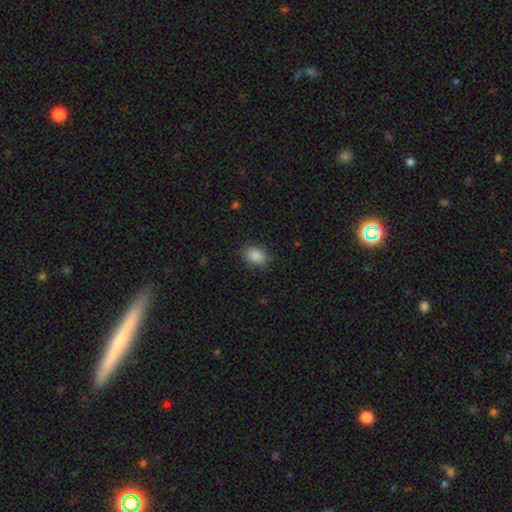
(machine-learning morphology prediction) A smooth galaxy with no disk features (89%) that is in between round and cigar-shaped (76%).

Vote fractions:
- Smooth or featured? smooth: 89% / star or artifact: 8% / featured or disk: 3%
- How rounded? in between: 76% / round: 23% / cigar-shaped: 1%
- Merging? none: 84% / minor disturbance: 11% / major disturbance: 3% / merger: 1%